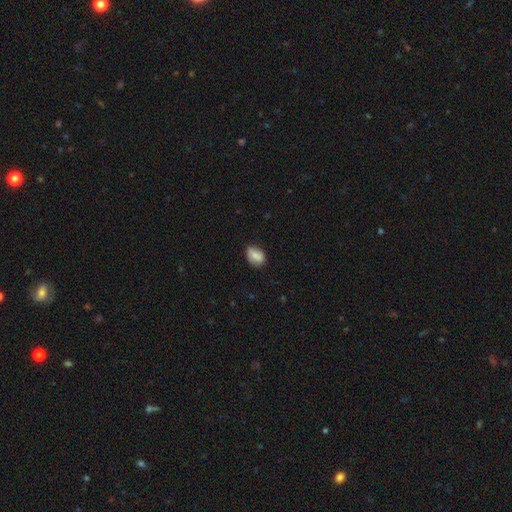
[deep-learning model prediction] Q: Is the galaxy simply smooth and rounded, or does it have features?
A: smooth — 76%.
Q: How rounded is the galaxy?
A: in between — 74%.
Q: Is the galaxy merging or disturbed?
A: none — 73%.